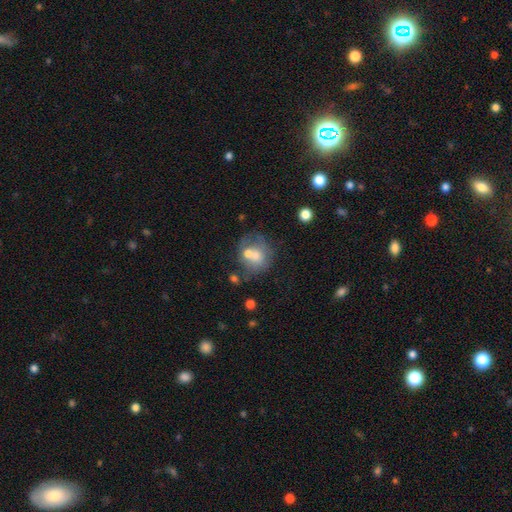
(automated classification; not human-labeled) Morphology: type=smooth (57%); roundness=round (69%); merging=merger (41%).